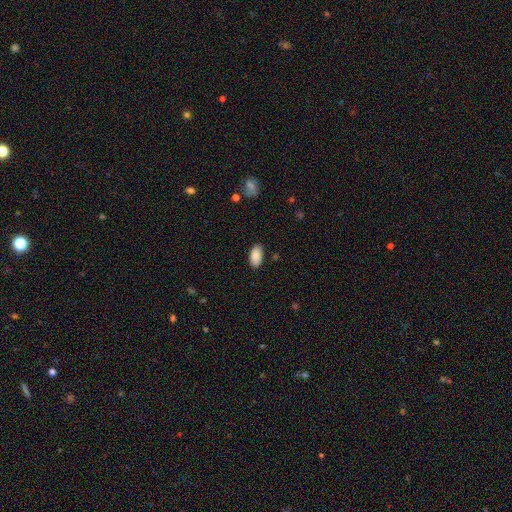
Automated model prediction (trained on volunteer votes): Smooth or featured: smooth — 88% (star or artifact — 7%)
How rounded: in between — 95% (cigar-shaped — 3%)
Merging: none — 86% (minor disturbance — 10%)